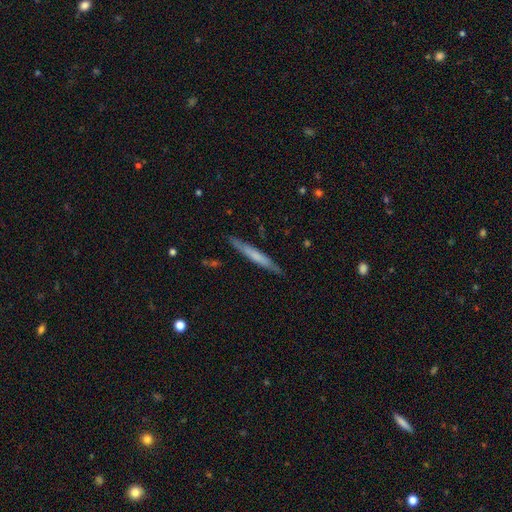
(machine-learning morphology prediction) type=smooth (53%); roundness=cigar-shaped (96%); merging=none (87%).